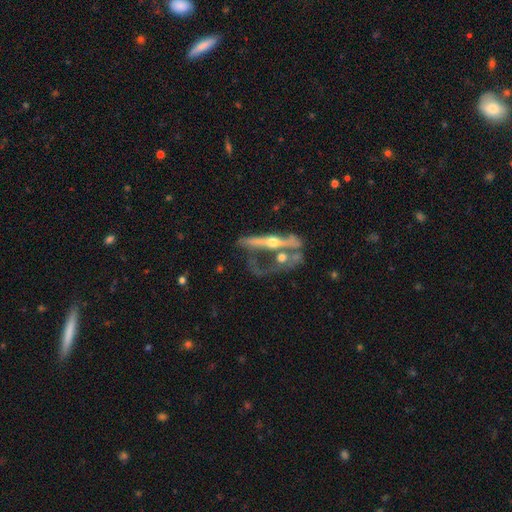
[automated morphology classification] The model was most divided on "merging": merger: 41%, none: 27%, major disturbance: 20%, minor disturbance: 12%. More confident: smooth or featured — featured or disk (67%); edge-on disk — no (59%).